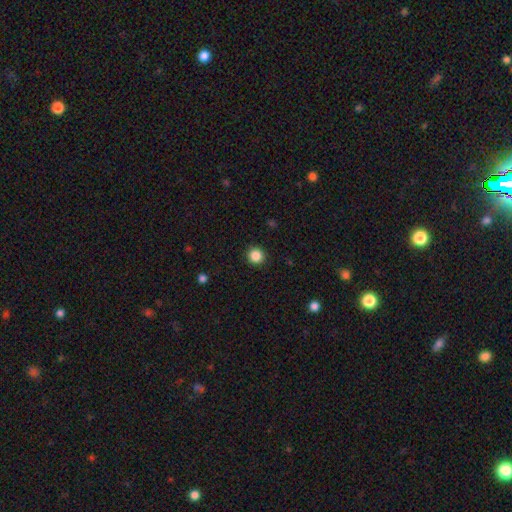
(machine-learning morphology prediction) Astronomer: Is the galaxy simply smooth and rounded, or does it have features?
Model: smooth — 86%.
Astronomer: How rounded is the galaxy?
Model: round — 94%.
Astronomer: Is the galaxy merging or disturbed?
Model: none — 92%.